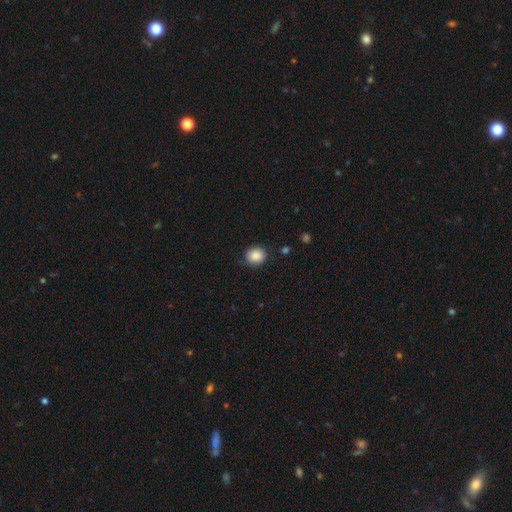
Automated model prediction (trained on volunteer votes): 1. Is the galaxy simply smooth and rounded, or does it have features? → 88% smooth, 8% star or artifact, 4% featured or disk.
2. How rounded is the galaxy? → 75% round, 24% in between, 1% cigar-shaped.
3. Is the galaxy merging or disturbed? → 85% none, 11% minor disturbance, 3% major disturbance, 1% merger.